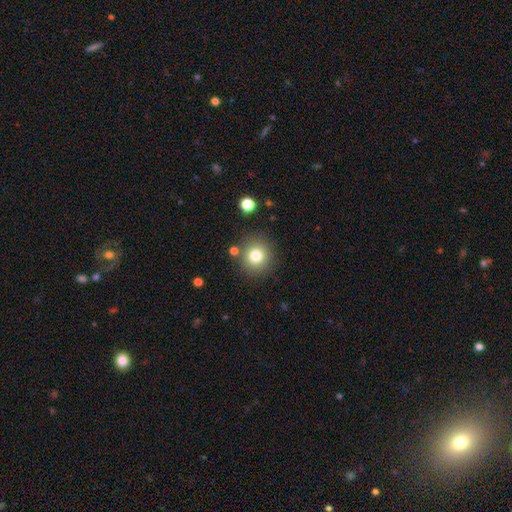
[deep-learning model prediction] This appears to be a smooth galaxy with no disk features (79%) that is round (91%). Merging: none (84%).